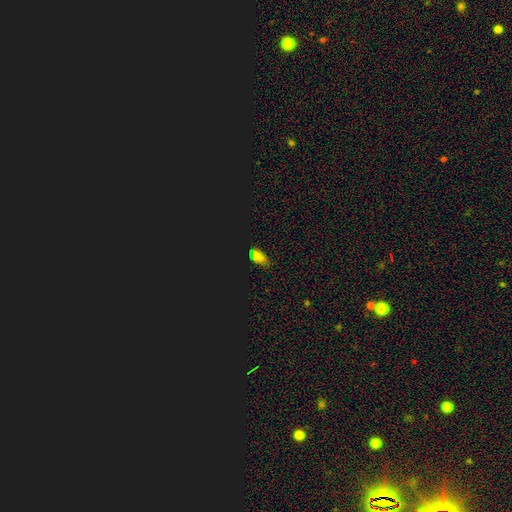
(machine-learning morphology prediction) Smooth or featured? smooth (48%)
Merging? none (69%)